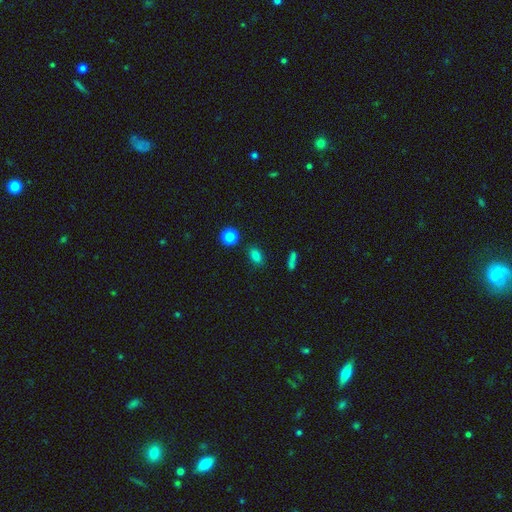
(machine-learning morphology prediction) Smooth or featured? Predicted: smooth (p=0.82). How rounded? Predicted: in between (p=0.75). Merging? Predicted: none (p=0.83).